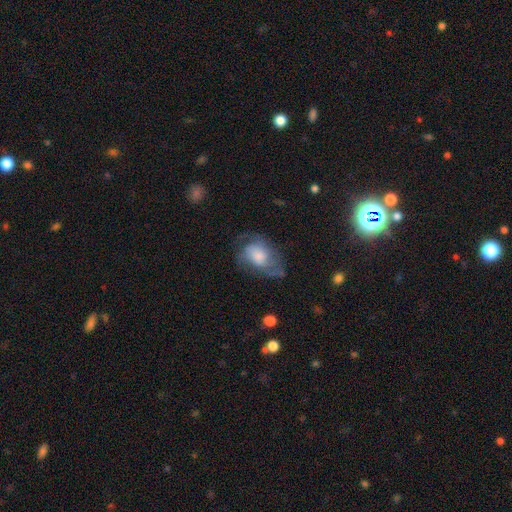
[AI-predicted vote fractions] Smooth or featured? featured or disk (59%)
Edge-on disk? no (96%)
Bar? no (75%)
Spiral arms? yes (82%)
Bulge size? moderate (40%)
Merging? none (56%)